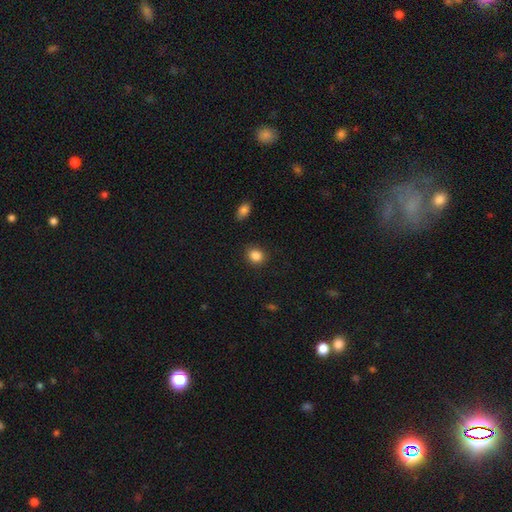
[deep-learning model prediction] Q: Smooth or featured?
A: smooth (86%); runner-up: star or artifact (10%)
Q: How rounded?
A: round (65%); runner-up: in between (35%)
Q: Merging?
A: none (87%); runner-up: minor disturbance (9%)